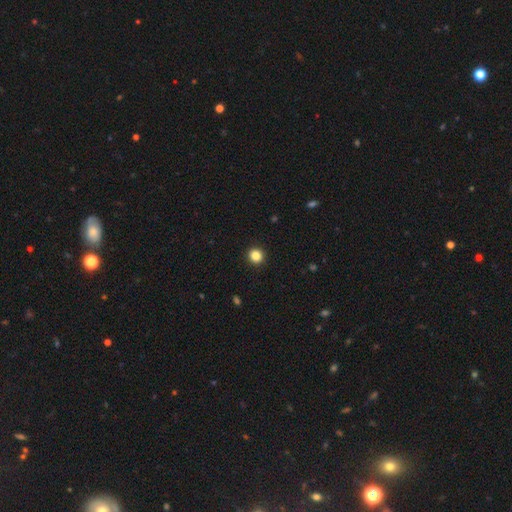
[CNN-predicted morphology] This is clearly a smooth galaxy (85%). How rounded: clearly round (93%). Merging: clearly none (93%).